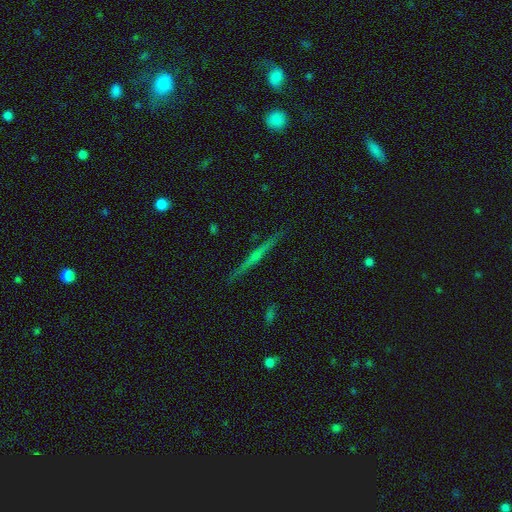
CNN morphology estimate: Smooth or featured?
  - featured or disk: 71% *
  - smooth: 21%
  - star or artifact: 8%
Edge-on disk?
  - yes: 98% *
  - no: 2%
Edge-on bulge?
  - rounded: 48% *
  - none: 42%
  - boxy: 10%
Merging?
  - none: 92% *
  - minor disturbance: 6%
  - major disturbance: 1%
  - merger: 1%